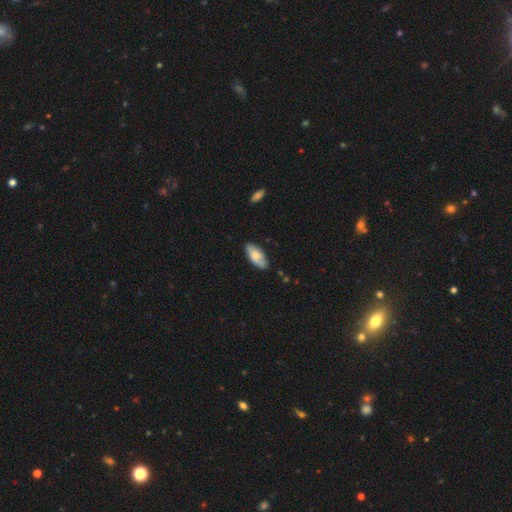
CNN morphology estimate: type=smooth (67%); roundness=in between (88%); merging=none (78%).